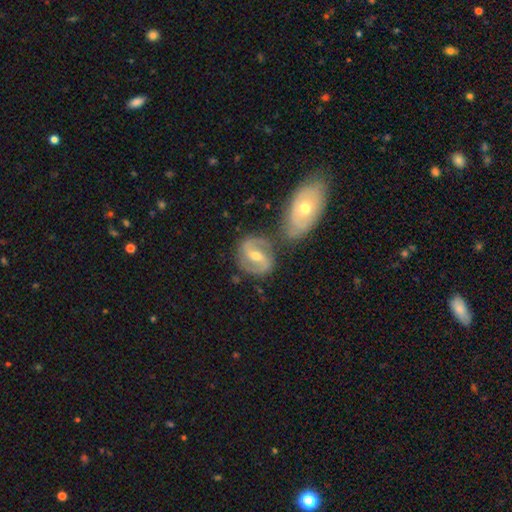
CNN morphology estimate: This is likely a featured or disk galaxy (80%). It is clearly not viewed edge-on (96%). Bar: marginally weak (43%). Spiral arm pattern: clearly yes (91%). Spiral arm count: clearly 2 (90%). Spiral winding: possibly medium (53%). Central bulge: likely moderate (64%). Merging: possibly none (59%).